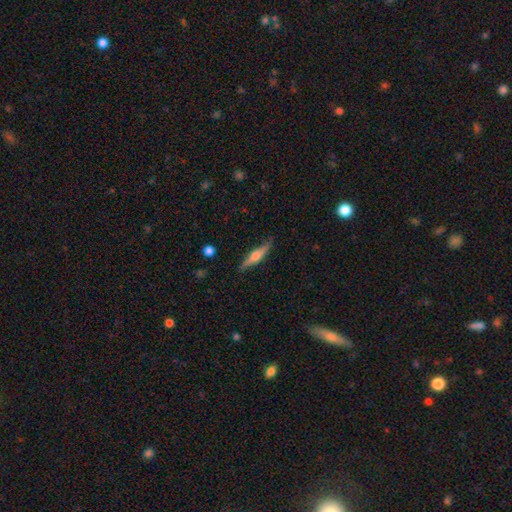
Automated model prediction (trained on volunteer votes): This is possibly a featured or disk galaxy (60%). It is clearly viewed edge-on (96%). Edge-on bulge: clearly rounded (85%). Merging: clearly none (84%).